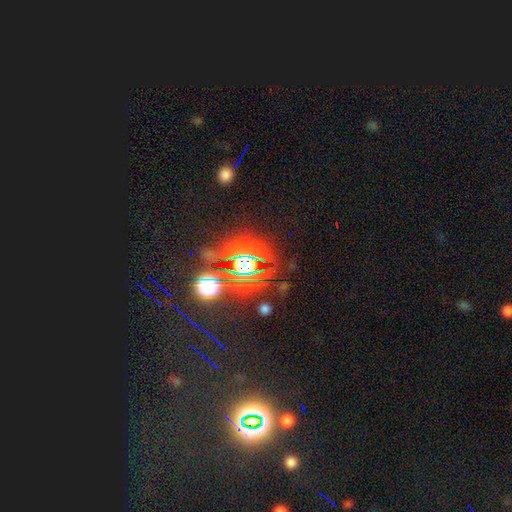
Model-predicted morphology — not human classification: type=star or artifact (81%).